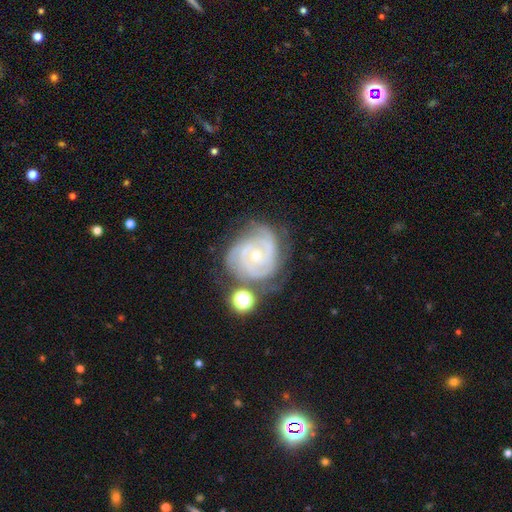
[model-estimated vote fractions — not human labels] A featured or disk galaxy (87%) with no bar (76%), 3 (37%) tight (74%) spiral arms (97%) and a small central bulge (61%). Merging: none (61%).